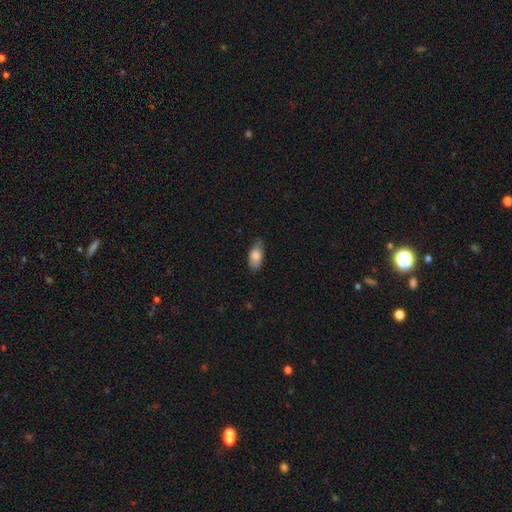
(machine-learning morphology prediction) This is likely a smooth galaxy (80%). How rounded: clearly in between (88%). Merging: likely none (73%).